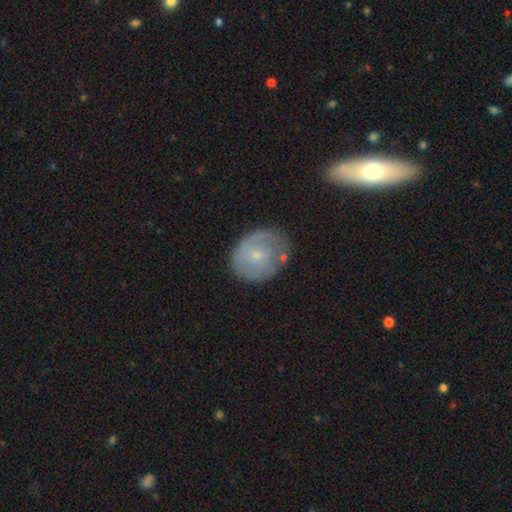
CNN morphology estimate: Smooth or featured? Predicted: featured or disk (p=0.52). Edge-on disk? Predicted: no (p=0.97). Bar? Predicted: no (p=0.76). Spiral arms? Predicted: yes (p=0.65). Bulge size? Predicted: small (p=0.75). Merging? Predicted: none (p=0.63).